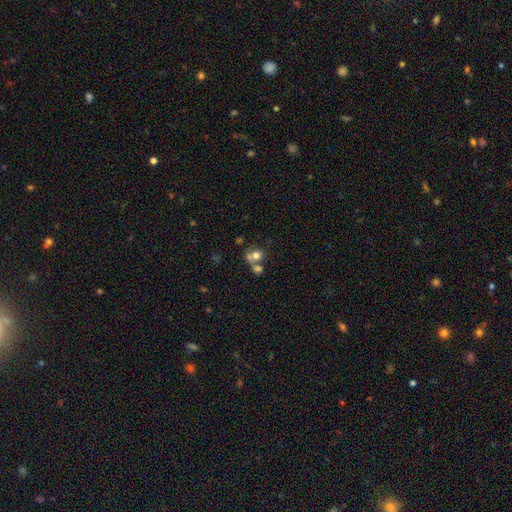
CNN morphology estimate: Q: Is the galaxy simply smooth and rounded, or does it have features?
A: smooth — 67%.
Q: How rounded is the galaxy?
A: round — 73%.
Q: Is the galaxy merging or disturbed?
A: merger — 52%.